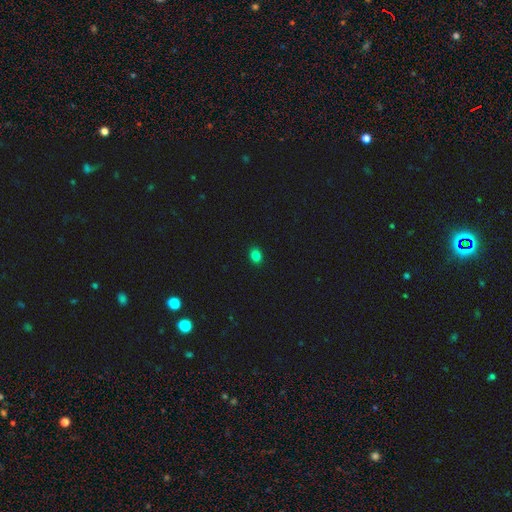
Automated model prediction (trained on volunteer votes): smooth-or-featured: smooth: 83% | star or artifact: 13% | featured or disk: 4%
  how-rounded: round: 50% | in between: 49% | cigar-shaped: 1%
  merging: none: 91% | minor disturbance: 6% | major disturbance: 2% | merger: 1%